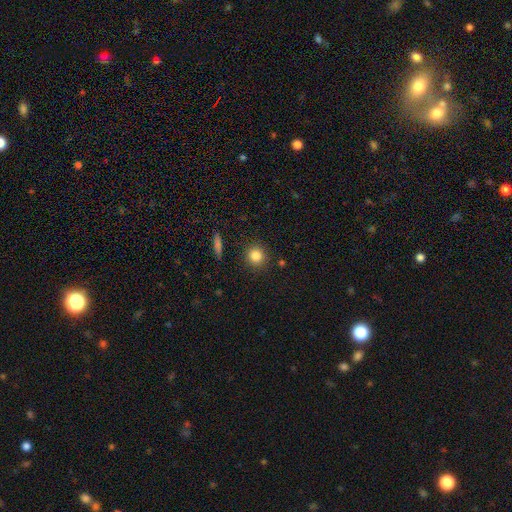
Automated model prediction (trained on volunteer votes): Morphology: type=smooth (83%); roundness=round (90%); merging=none (89%).